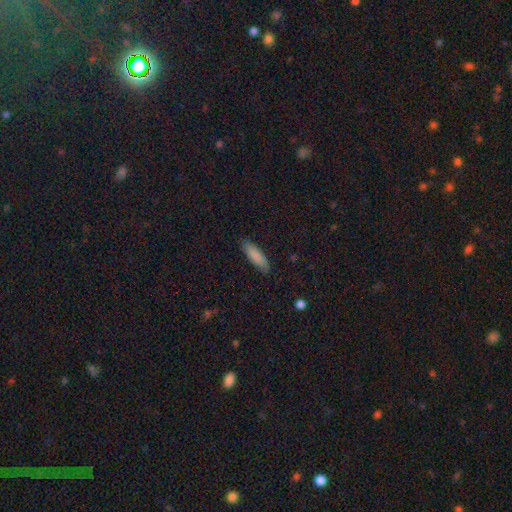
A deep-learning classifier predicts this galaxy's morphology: Overall: smooth (85%). How rounded: cigar-shaped (62%; in between 37%). Merging: none (86%).